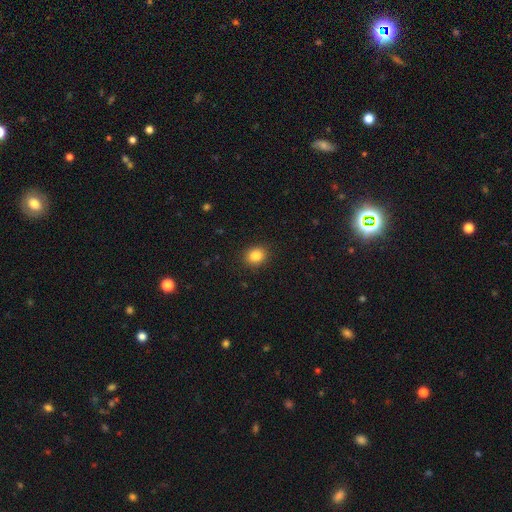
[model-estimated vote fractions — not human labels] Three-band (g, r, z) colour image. It shows a smooth galaxy with no disk features (84%) that is round (69%). Merging: none (90%).